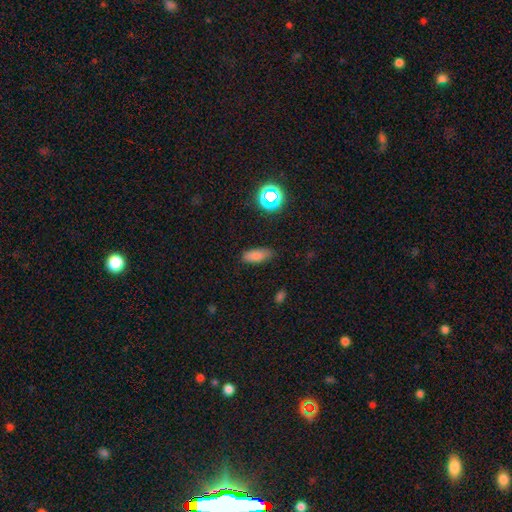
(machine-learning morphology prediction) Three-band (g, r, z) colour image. It shows a smooth galaxy with no disk features (79%) that is in between round and cigar-shaped (76%). Merging: none (79%).